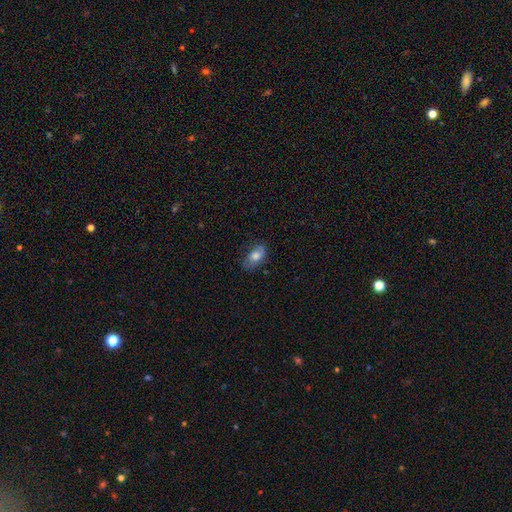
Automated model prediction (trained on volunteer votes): smooth 76%, featured or disk 15%, star or artifact 8%. Down the decision tree: how rounded — in between (88%); merging — none (69%).